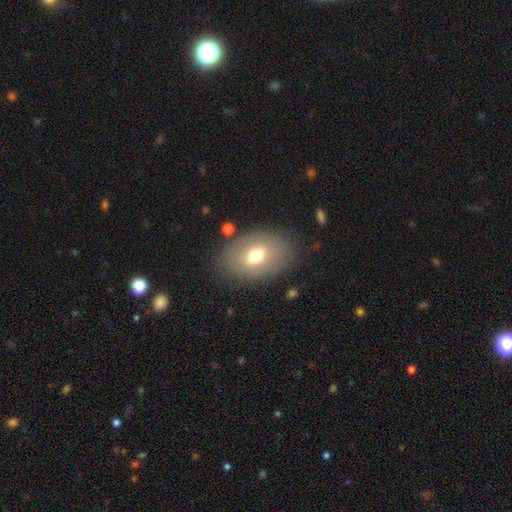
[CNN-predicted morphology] smooth-or-featured: smooth: 60% | featured or disk: 31% | star or artifact: 8%
  how-rounded: in between: 84% | round: 14% | cigar-shaped: 1%
  merging: none: 82% | minor disturbance: 12% | major disturbance: 4% | merger: 2%